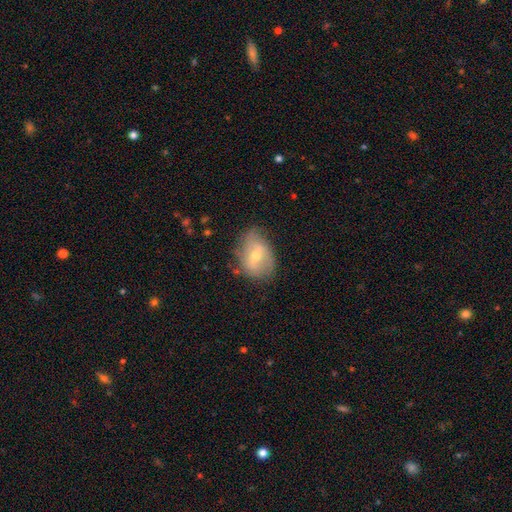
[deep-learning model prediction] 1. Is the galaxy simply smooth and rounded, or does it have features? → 50% featured or disk, 42% smooth, 8% star or artifact.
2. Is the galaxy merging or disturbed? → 63% none, 27% minor disturbance, 8% major disturbance, 2% merger.